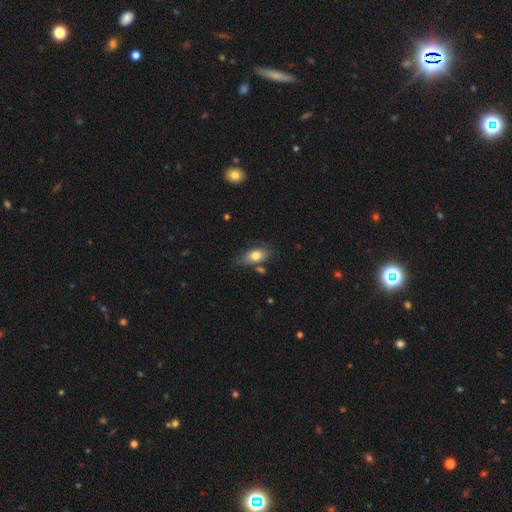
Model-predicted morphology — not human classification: Smooth or featured? Predicted: smooth (p=0.75). How rounded? Predicted: in between (p=0.83). Merging? Predicted: none (p=0.58).